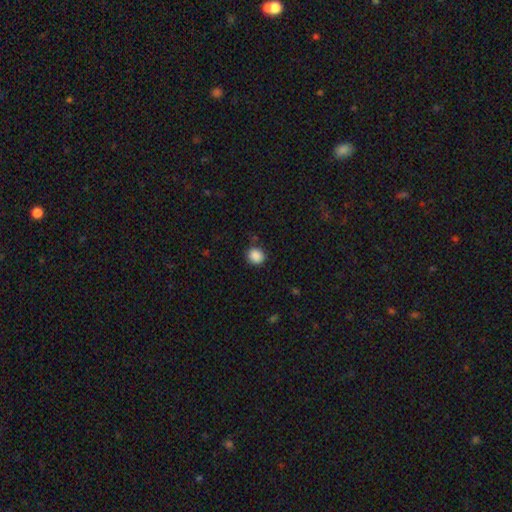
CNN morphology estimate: smooth_or_featured: smooth (p=0.88) [alt: star or artifact p=0.09]
how_rounded: round (p=0.80) [alt: in between p=0.19]
merging: none (p=0.84) [alt: minor disturbance p=0.11]